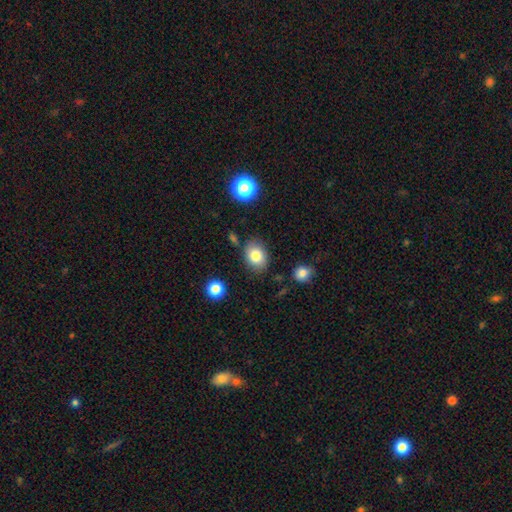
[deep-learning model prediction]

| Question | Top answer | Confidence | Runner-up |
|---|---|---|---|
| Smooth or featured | smooth | 81% | featured or disk (10%) |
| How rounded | in between | 64% | round (35%) |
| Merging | none | 81% | minor disturbance (12%) |